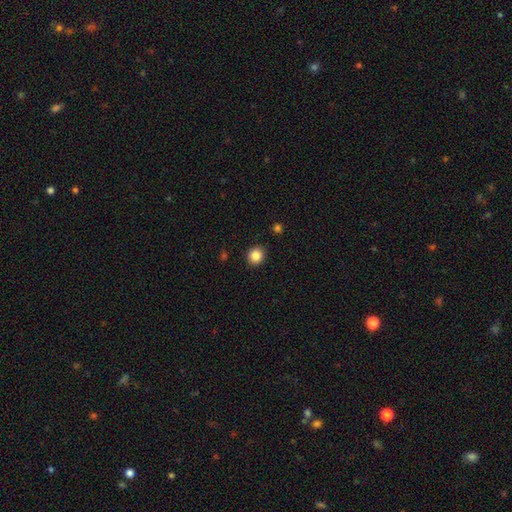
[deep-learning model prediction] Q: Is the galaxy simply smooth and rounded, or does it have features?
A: smooth — 85%.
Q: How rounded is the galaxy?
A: round — 85%.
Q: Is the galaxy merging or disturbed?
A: none — 91%.